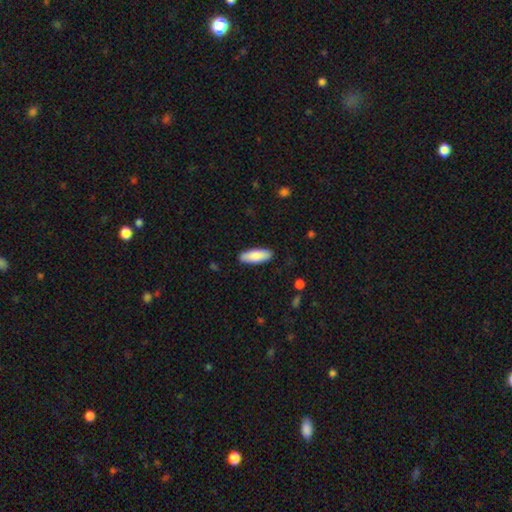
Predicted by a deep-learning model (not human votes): Q: Smooth or featured?
A: smooth (86%); runner-up: featured or disk (9%)
Q: How rounded?
A: in between (69%); runner-up: cigar-shaped (30%)
Q: Merging?
A: none (87%); runner-up: minor disturbance (10%)